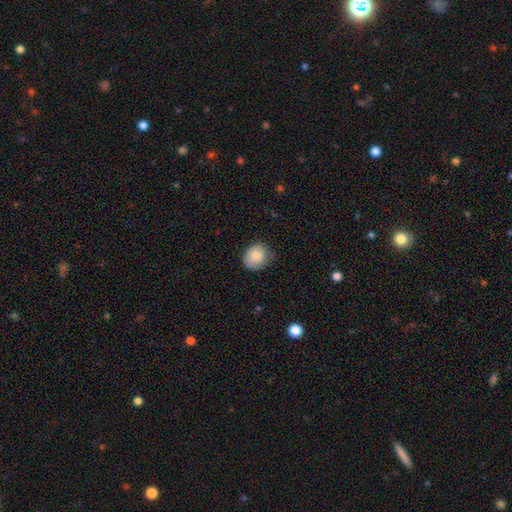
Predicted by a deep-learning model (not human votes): Morphology: type=smooth (85%); roundness=round (66%); merging=none (69%).